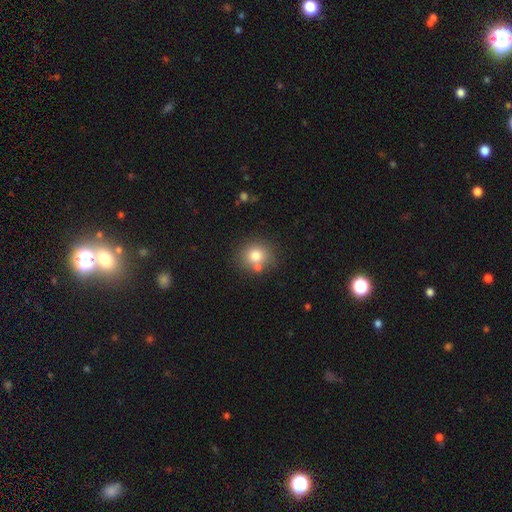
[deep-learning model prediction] smooth_or_featured: smooth (p=0.77) [alt: featured or disk p=0.12]
how_rounded: round (p=0.81) [alt: in between p=0.18]
merging: none (p=0.69) [alt: merger p=0.17]